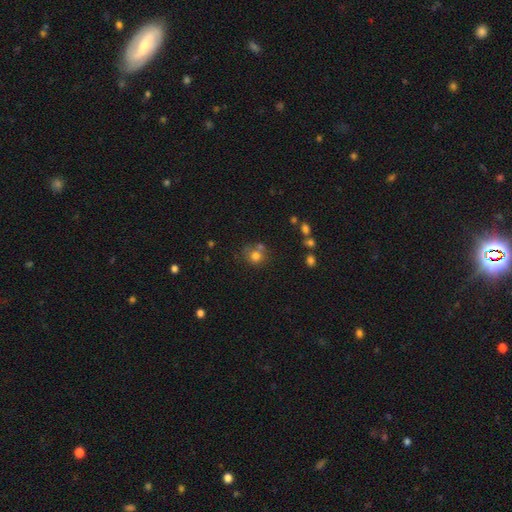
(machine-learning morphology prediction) The model was most divided on "merging": none: 54%, merger: 26%, minor disturbance: 14%, major disturbance: 6%. More confident: how rounded — round (83%); smooth or featured — smooth (76%).